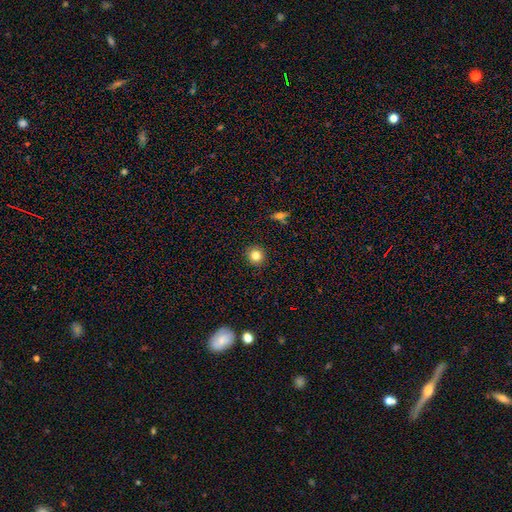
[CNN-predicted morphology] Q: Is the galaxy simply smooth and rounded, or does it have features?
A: smooth — 82%.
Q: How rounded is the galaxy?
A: round — 89%.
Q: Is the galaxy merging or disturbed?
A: none — 92%.